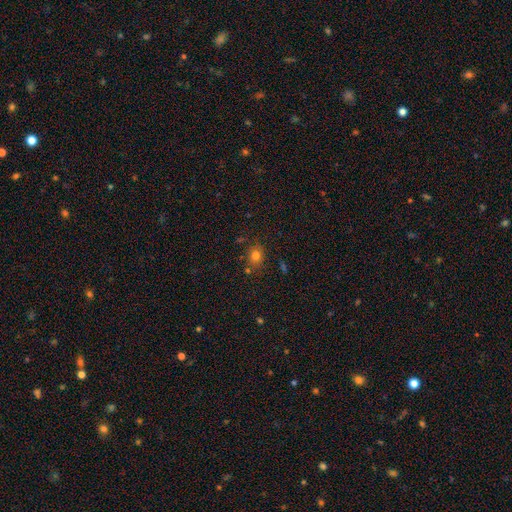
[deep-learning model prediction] smooth 76%, star or artifact 15%, featured or disk 8%. Down the decision tree: how rounded — round (59%); merging — none (76%).